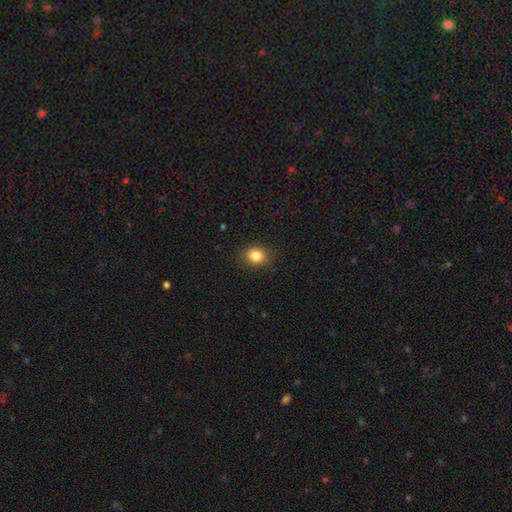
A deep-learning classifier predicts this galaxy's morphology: Smooth or featured?
  - smooth: 85% *
  - star or artifact: 10%
  - featured or disk: 5%
How rounded?
  - round: 62% *
  - in between: 37%
  - cigar-shaped: 1%
Merging?
  - none: 88% *
  - minor disturbance: 9%
  - major disturbance: 3%
  - merger: 1%